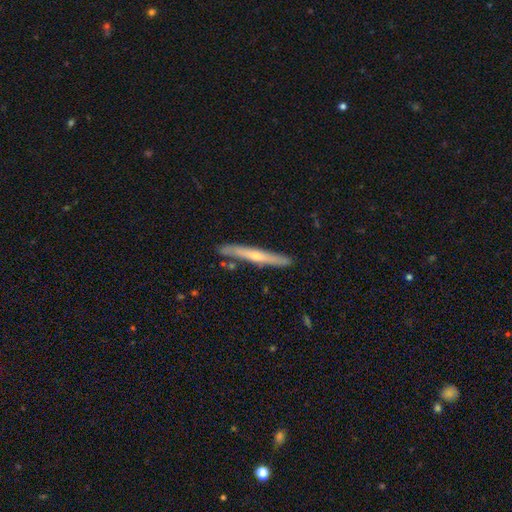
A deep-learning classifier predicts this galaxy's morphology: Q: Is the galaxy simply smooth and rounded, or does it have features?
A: featured or disk — 61%.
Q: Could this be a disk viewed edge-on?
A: yes — 94%.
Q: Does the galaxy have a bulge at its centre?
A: rounded — 73%.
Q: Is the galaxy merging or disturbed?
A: none — 85%.